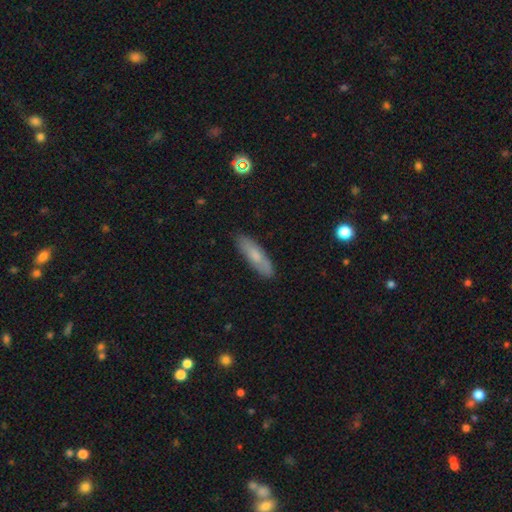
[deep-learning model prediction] Overall: smooth (68%). How rounded: cigar-shaped (62%; in between 36%). Merging: none (84%).